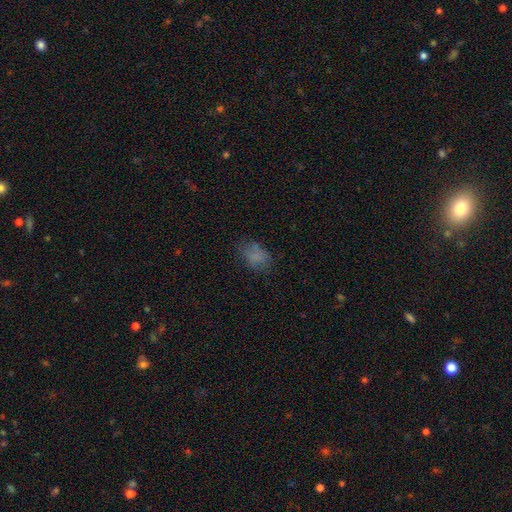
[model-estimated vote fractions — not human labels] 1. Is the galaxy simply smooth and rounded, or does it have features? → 72% smooth, 14% featured or disk, 14% star or artifact.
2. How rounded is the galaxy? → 81% in between, 18% round, 2% cigar-shaped.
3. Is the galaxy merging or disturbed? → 59% none, 24% minor disturbance, 14% major disturbance, 3% merger.